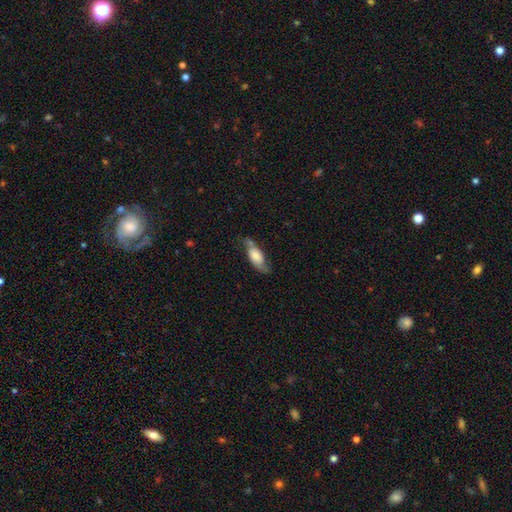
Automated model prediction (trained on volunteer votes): Q: Smooth or featured?
A: smooth (51%); runner-up: featured or disk (42%)
Q: How rounded?
A: in between (79%); runner-up: cigar-shaped (17%)
Q: Merging?
A: none (53%); runner-up: minor disturbance (29%)